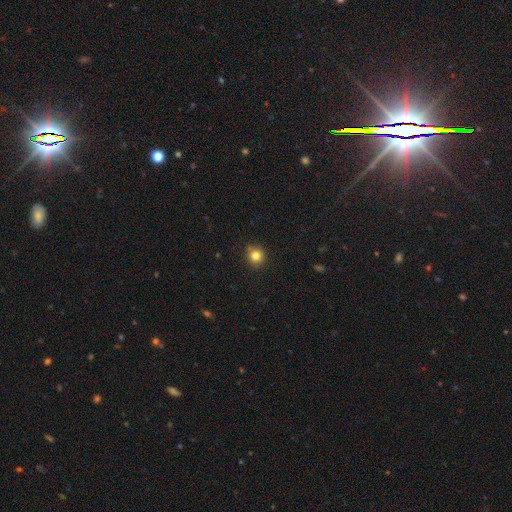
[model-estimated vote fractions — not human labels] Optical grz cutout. It shows a smooth galaxy with no disk features (82%) that is round (92%). Merging: none (87%).